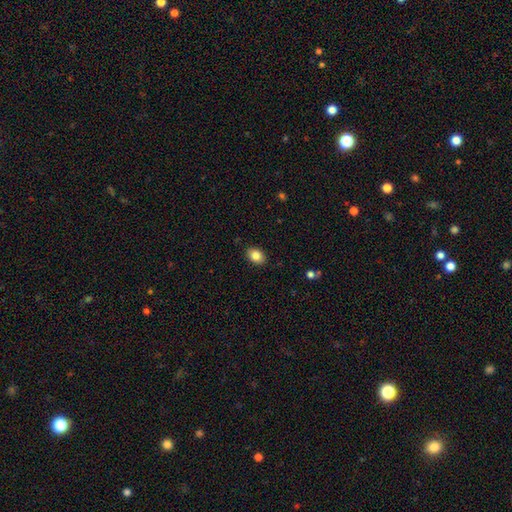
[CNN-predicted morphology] type=smooth (84%); roundness=in between (76%); merging=none (88%).